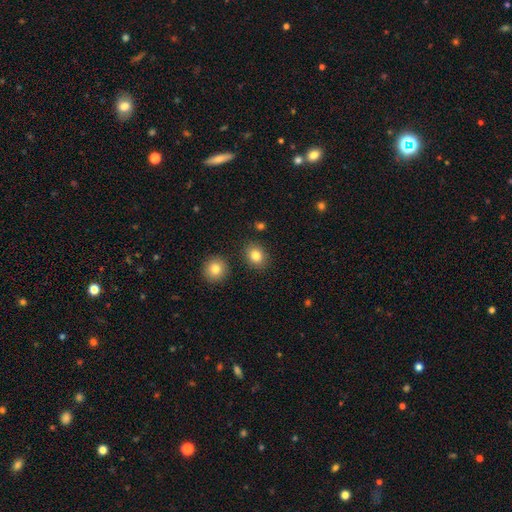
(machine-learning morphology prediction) smooth 83%, star or artifact 10%, featured or disk 7%. Down the decision tree: how rounded — round (59%); merging — none (86%).